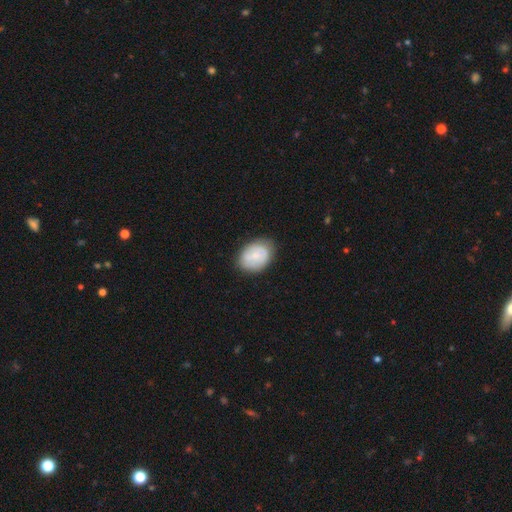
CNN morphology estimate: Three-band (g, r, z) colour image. It shows a smooth galaxy with no disk features (65%) that is in between round and cigar-shaped (68%). Merging: none (78%).